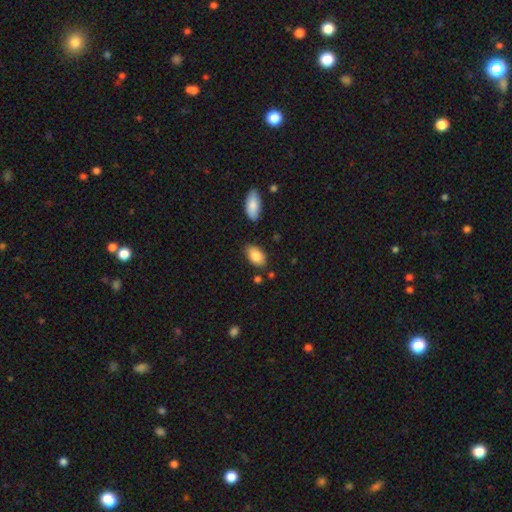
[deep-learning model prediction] Smooth or featured: smooth — 87% (featured or disk — 7%)
How rounded: in between — 93% (round — 5%)
Merging: none — 81% (minor disturbance — 13%)